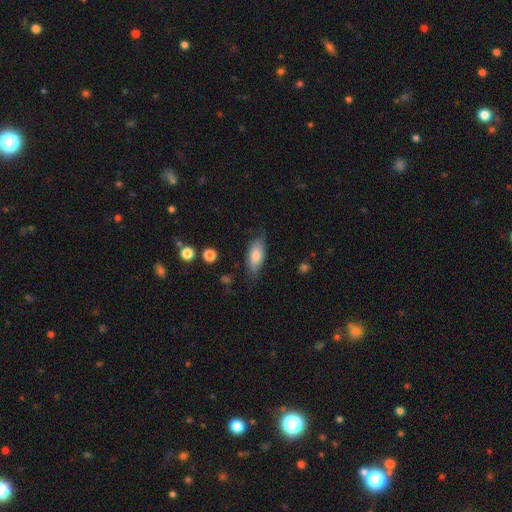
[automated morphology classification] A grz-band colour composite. It shows a smooth galaxy with no disk features (72%) that is in between round and cigar-shaped (83%). Merging: none (68%).